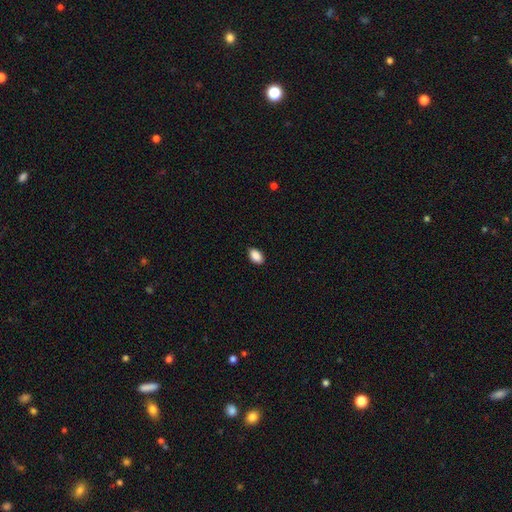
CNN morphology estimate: Smooth or featured? smooth (90%)
How rounded? in between (90%)
Merging? none (88%)